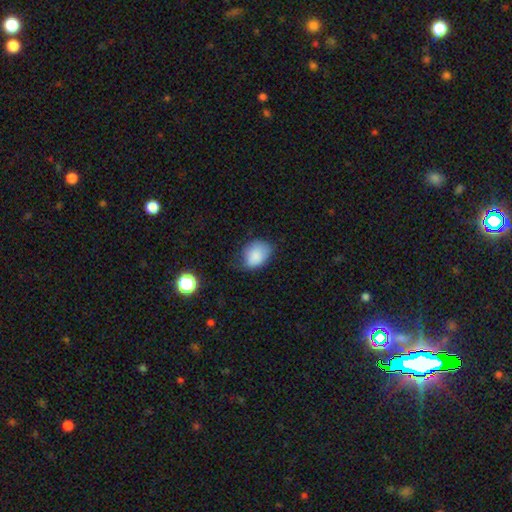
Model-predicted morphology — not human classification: Smooth or featured?
  - smooth: 84% *
  - star or artifact: 9%
  - featured or disk: 7%
How rounded?
  - in between: 70% *
  - round: 29%
  - cigar-shaped: 1%
Merging?
  - none: 50% *
  - minor disturbance: 37%
  - major disturbance: 12%
  - merger: 2%